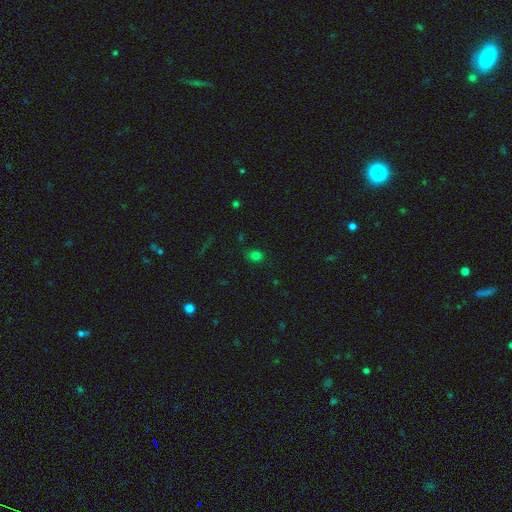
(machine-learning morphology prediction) This appears to be a smooth galaxy with no disk features (74%) that is round (61%). Merging: none (81%).